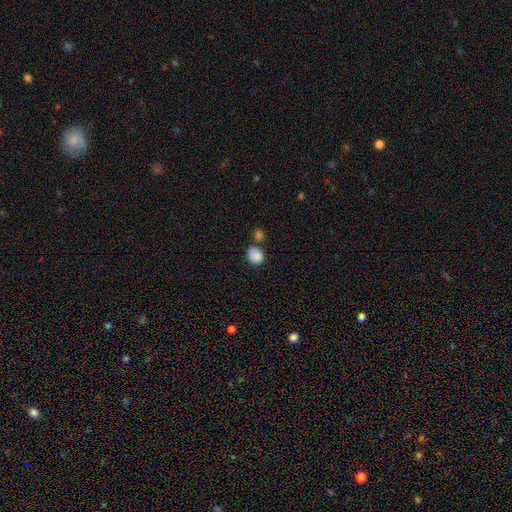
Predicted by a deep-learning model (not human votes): A smooth galaxy with no disk features (86%) that is round (73%).

Vote fractions:
- Smooth or featured? smooth: 86% / star or artifact: 9% / featured or disk: 5%
- How rounded? round: 73% / in between: 26% / cigar-shaped: 1%
- Merging? none: 59% / merger: 22% / minor disturbance: 15% / major disturbance: 5%